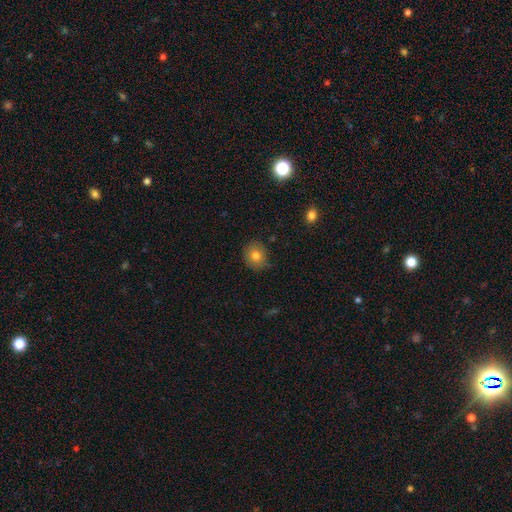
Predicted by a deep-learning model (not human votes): A smooth galaxy with no disk features (79%) that is round (77%).

Vote fractions:
- Smooth or featured? smooth: 79% / featured or disk: 11% / star or artifact: 10%
- How rounded? round: 77% / in between: 22% / cigar-shaped: 1%
- Merging? none: 82% / minor disturbance: 14% / major disturbance: 3% / merger: 1%